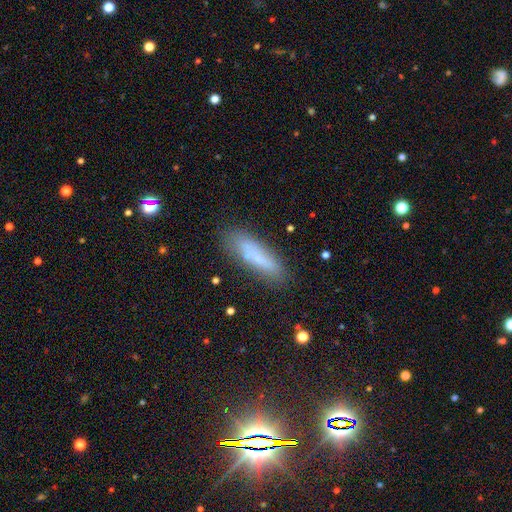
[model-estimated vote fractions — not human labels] Smooth or featured? Predicted: smooth (p=0.64). How rounded? Predicted: cigar-shaped (p=0.66). Merging? Predicted: none (p=0.73).